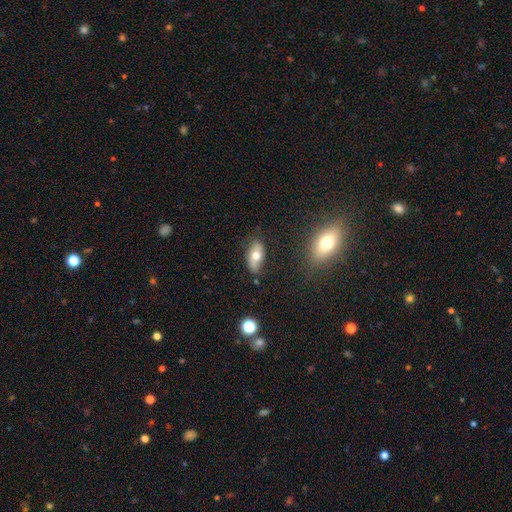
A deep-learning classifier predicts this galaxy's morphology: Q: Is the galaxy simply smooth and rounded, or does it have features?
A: smooth — 62%.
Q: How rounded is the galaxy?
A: in between — 89%.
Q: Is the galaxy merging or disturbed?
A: none — 75%.